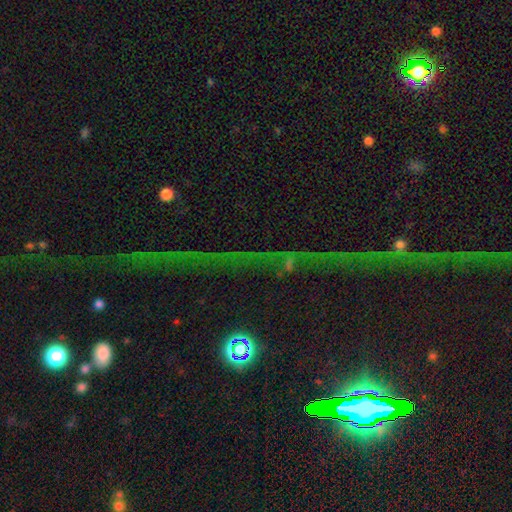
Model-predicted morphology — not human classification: Overall: star or artifact (75%).